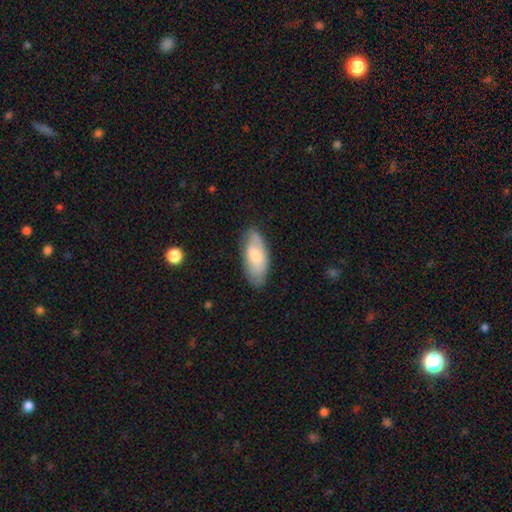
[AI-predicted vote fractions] This appears to be a smooth galaxy with no disk features (66%) that is in between round and cigar-shaped (88%). Merging: none (75%).